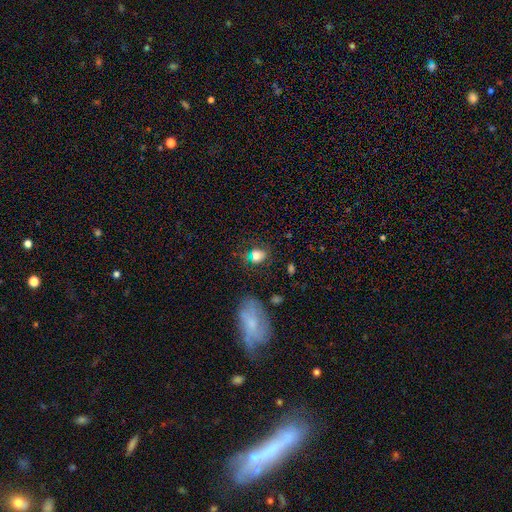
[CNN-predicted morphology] A smooth galaxy with no disk features (72%) that is in between round and cigar-shaped (51%).

Vote fractions:
- Smooth or featured? smooth: 72% / star or artifact: 16% / featured or disk: 12%
- How rounded? in between: 51% / round: 47% / cigar-shaped: 2%
- Merging? none: 66% / minor disturbance: 19% / major disturbance: 9% / merger: 6%